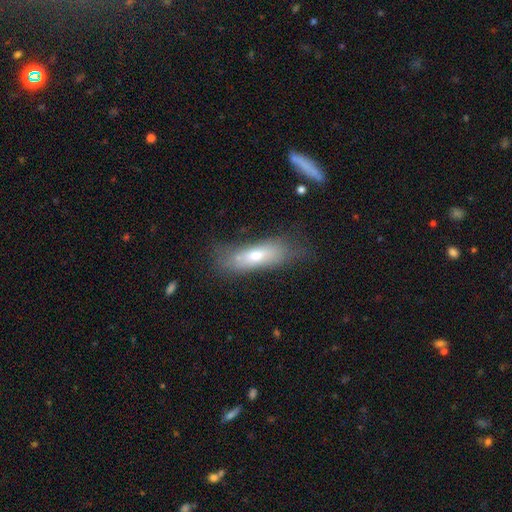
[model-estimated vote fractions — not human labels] smooth-or-featured: smooth: 62% | featured or disk: 29% | star or artifact: 9%
  how-rounded: in between: 56% | cigar-shaped: 41% | round: 3%
  merging: none: 57% | minor disturbance: 25% | major disturbance: 14% | merger: 4%